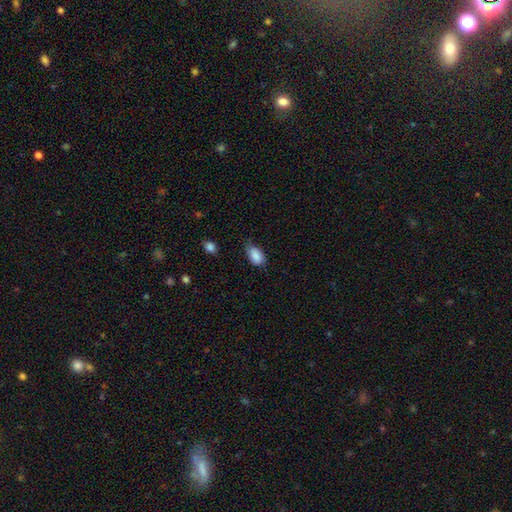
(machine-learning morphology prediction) smooth_or_featured: smooth (p=0.87) [alt: star or artifact p=0.07]
how_rounded: in between (p=0.92) [alt: round p=0.06]
merging: none (p=0.56) [alt: minor disturbance p=0.35]